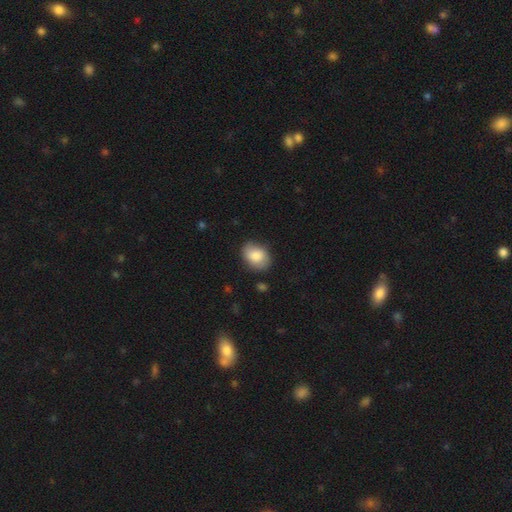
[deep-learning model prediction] Smooth or featured?
  - smooth: 82% *
  - featured or disk: 12%
  - star or artifact: 6%
How rounded?
  - in between: 74% *
  - round: 25%
  - cigar-shaped: 1%
Merging?
  - none: 78% *
  - minor disturbance: 16%
  - major disturbance: 4%
  - merger: 2%